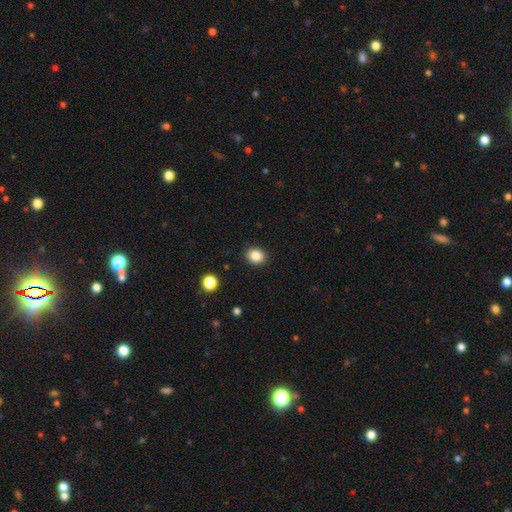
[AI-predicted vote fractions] A smooth galaxy with no disk features (85%) that is round (65%).

Vote fractions:
- Smooth or featured? smooth: 85% / star or artifact: 10% / featured or disk: 4%
- How rounded? round: 65% / in between: 34% / cigar-shaped: 1%
- Merging? none: 91% / minor disturbance: 6% / major disturbance: 2% / merger: 1%